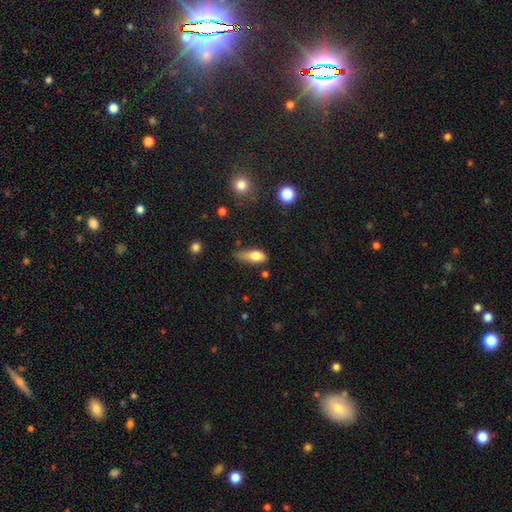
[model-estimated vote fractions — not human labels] Q: Smooth or featured?
A: smooth (76%); runner-up: featured or disk (16%)
Q: How rounded?
A: in between (73%); runner-up: cigar-shaped (22%)
Q: Merging?
A: minor disturbance (42%); runner-up: none (35%)